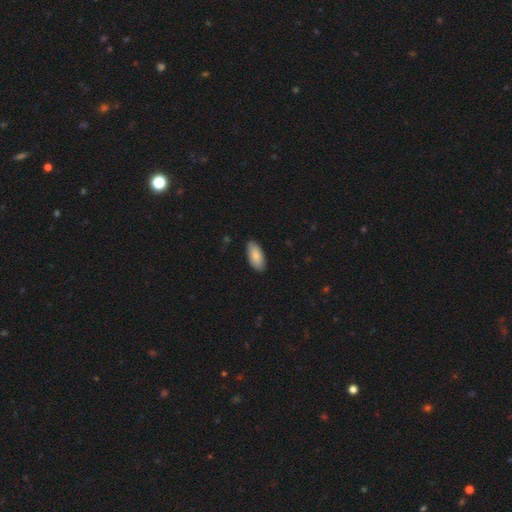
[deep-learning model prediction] Q: Smooth or featured?
A: smooth (85%); runner-up: featured or disk (9%)
Q: How rounded?
A: in between (90%); runner-up: cigar-shaped (8%)
Q: Merging?
A: none (87%); runner-up: minor disturbance (11%)